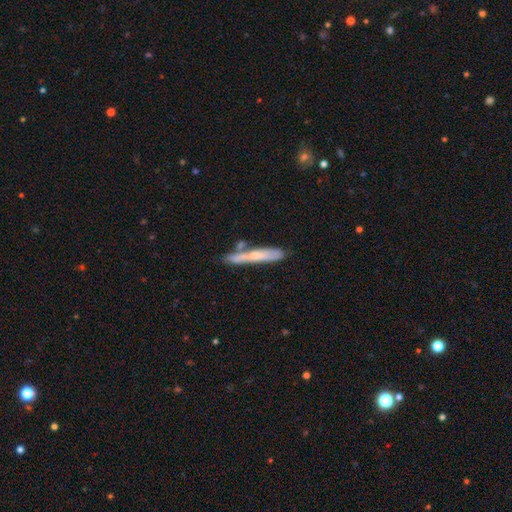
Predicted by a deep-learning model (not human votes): Morphology: type=smooth (52%); roundness=cigar-shaped (93%); merging=none (66%).